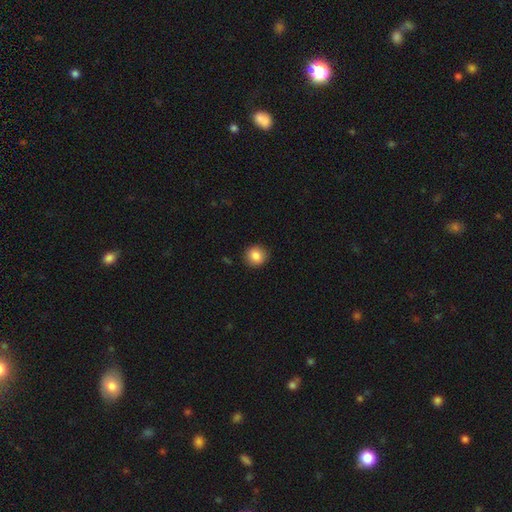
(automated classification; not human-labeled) Smooth or featured? Predicted: smooth (p=0.86). How rounded? Predicted: round (p=0.88). Merging? Predicted: none (p=0.90).